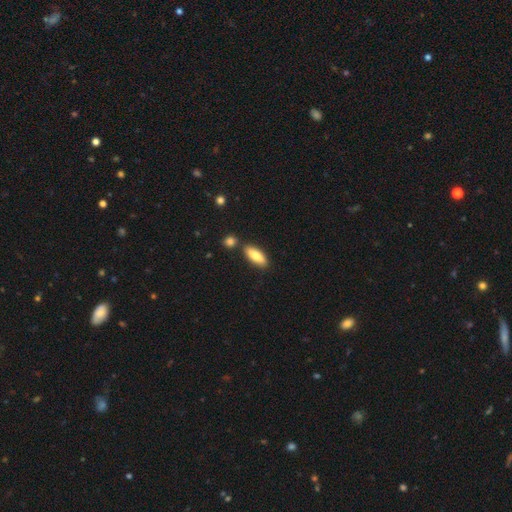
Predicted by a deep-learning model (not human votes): smooth 78%, featured or disk 16%, star or artifact 6%. Down the decision tree: how rounded — in between (68%); merging — none (78%).